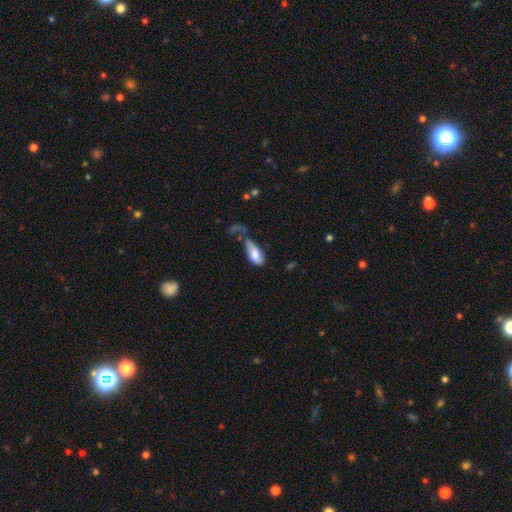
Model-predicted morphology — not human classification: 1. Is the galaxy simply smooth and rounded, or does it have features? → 76% smooth, 17% featured or disk, 7% star or artifact.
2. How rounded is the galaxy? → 88% in between, 9% cigar-shaped, 3% round.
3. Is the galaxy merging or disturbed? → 33% major disturbance, 29% minor disturbance, 25% none, 12% merger.